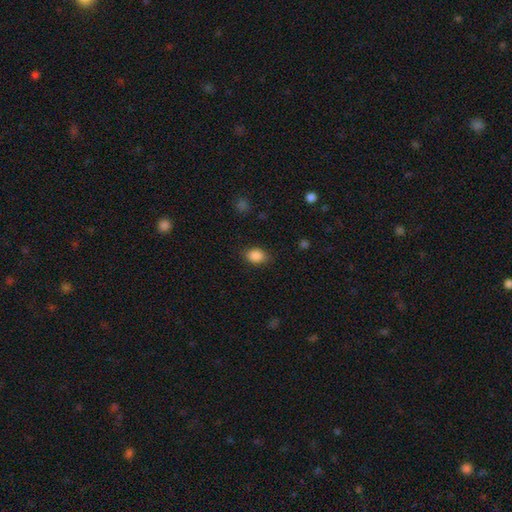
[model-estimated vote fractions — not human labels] Q: Smooth or featured?
A: smooth (87%); runner-up: star or artifact (9%)
Q: How rounded?
A: in between (69%); runner-up: round (30%)
Q: Merging?
A: none (80%); runner-up: minor disturbance (15%)